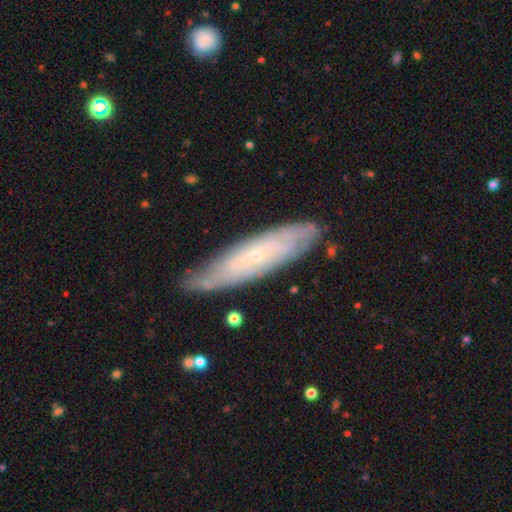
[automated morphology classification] smooth_or_featured: featured or disk (p=0.68) [alt: smooth p=0.25]
disk_edge_on: no (p=0.66) [alt: yes p=0.34]
merging: none (p=0.77) [alt: minor disturbance p=0.18]